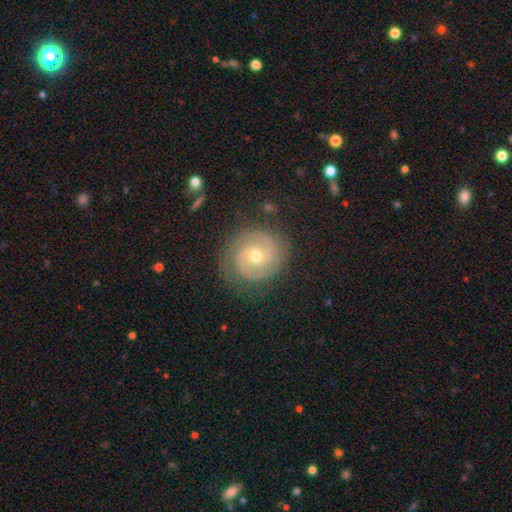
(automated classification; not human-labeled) A featured or disk galaxy (82%) with no bar (62%), 2 (75%) tight (61%) spiral arms (95%) and a moderate central bulge (52%).

Vote fractions:
- Smooth or featured? featured or disk: 82% / smooth: 11% / star or artifact: 6%
- Edge-on disk? no: 98% / yes: 2%
- Bar? no: 62% / weak: 31% / strong: 7%
- Spiral arms? yes: 95% / no: 5%
- Spiral winding? tight: 61% / medium: 32% / loose: 7%
- Spiral arm count? 2: 75% / can't tell: 10% / 3: 8% / 1: 3% / 4: 2% / more than 4: 2%
- Bulge size? moderate: 52% / small: 45% / large: 2% / none: 1% / dominant: 1%
- Merging? none: 82% / minor disturbance: 12% / major disturbance: 5% / merger: 1%